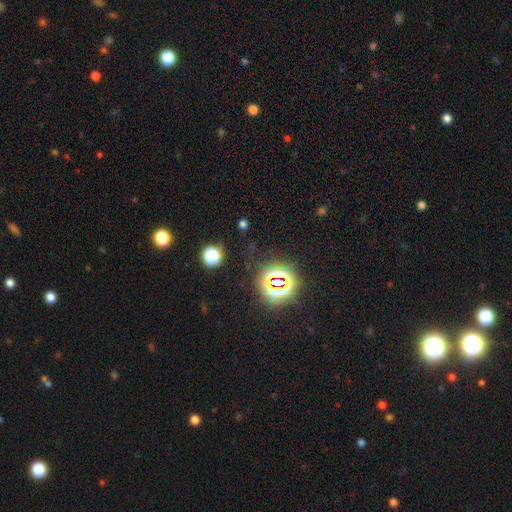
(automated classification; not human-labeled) A star or artifact, not a galaxy (78%).